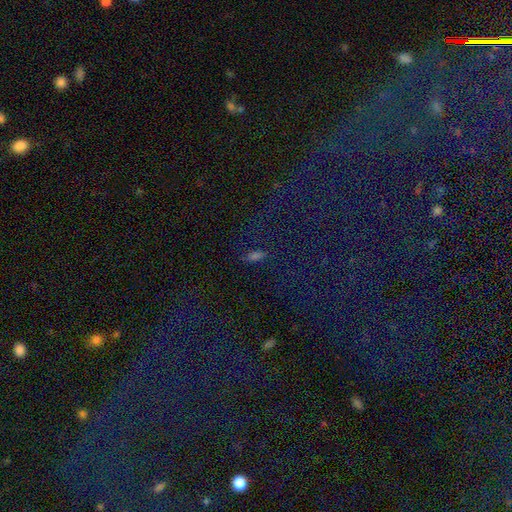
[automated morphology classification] Q: Smooth or featured?
A: star or artifact (46%); runner-up: smooth (41%)